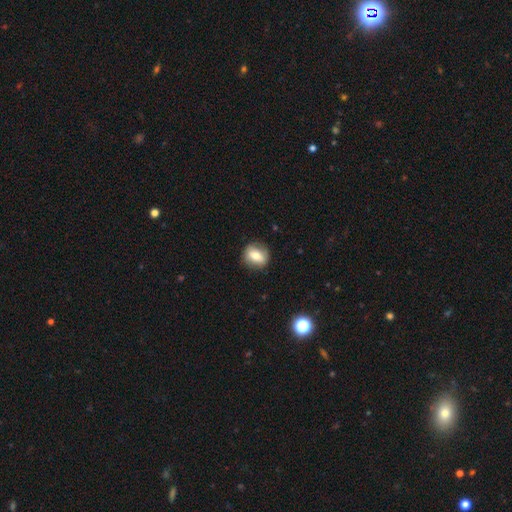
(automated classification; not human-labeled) smooth 64%, featured or disk 27%, star or artifact 9%. Down the decision tree: how rounded — round (61%); merging — none (83%).